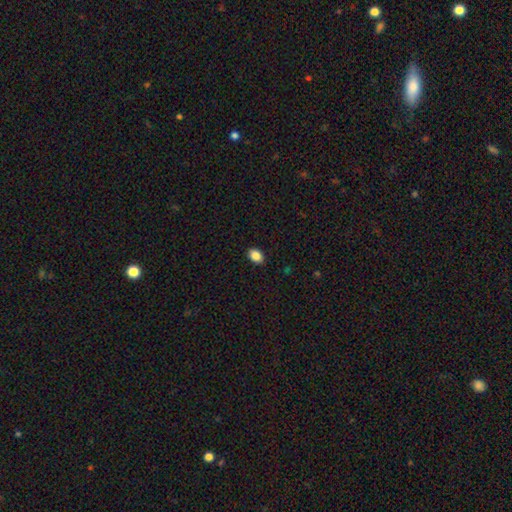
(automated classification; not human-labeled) Smooth or featured? smooth (87%)
How rounded? in between (78%)
Merging? none (90%)